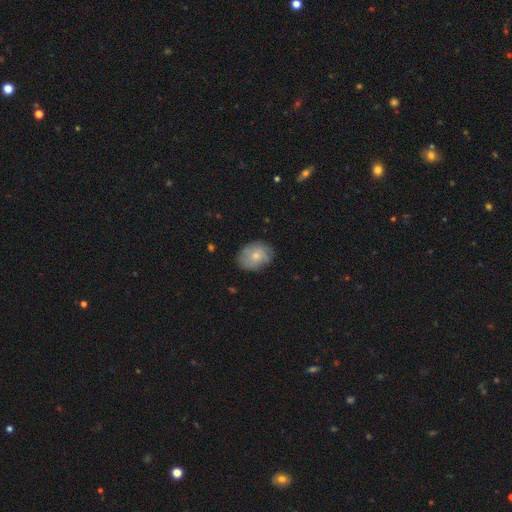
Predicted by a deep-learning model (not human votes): A smooth galaxy with no disk features (69%) that is in between round and cigar-shaped (61%).

Vote fractions:
- Smooth or featured? smooth: 69% / featured or disk: 25% / star or artifact: 7%
- How rounded? in between: 61% / round: 38% / cigar-shaped: 1%
- Merging? none: 76% / minor disturbance: 18% / major disturbance: 5% / merger: 1%